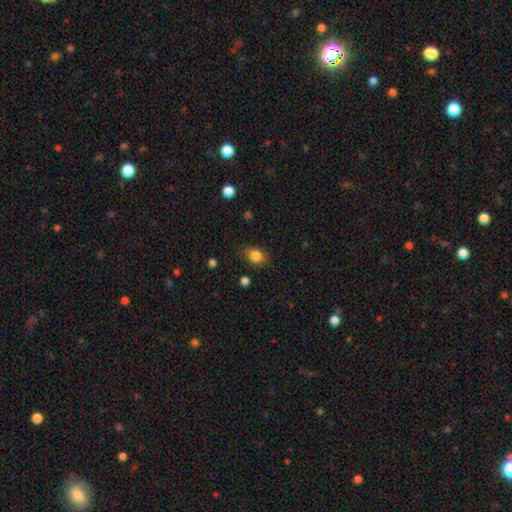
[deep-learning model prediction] Morphology: type=smooth (83%); roundness=in between (62%); merging=none (75%).